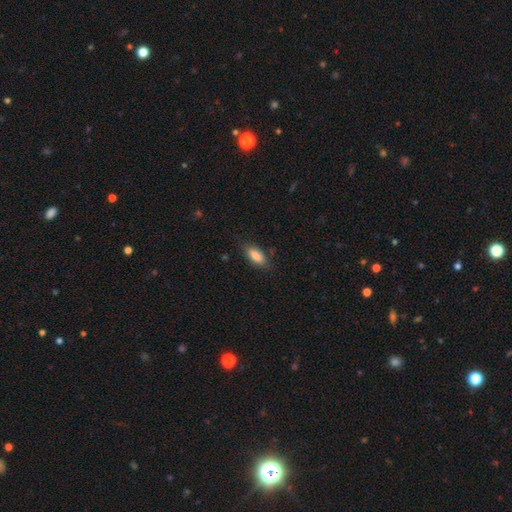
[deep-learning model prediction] Smooth or featured? smooth (84%)
How rounded? in between (83%)
Merging? none (77%)